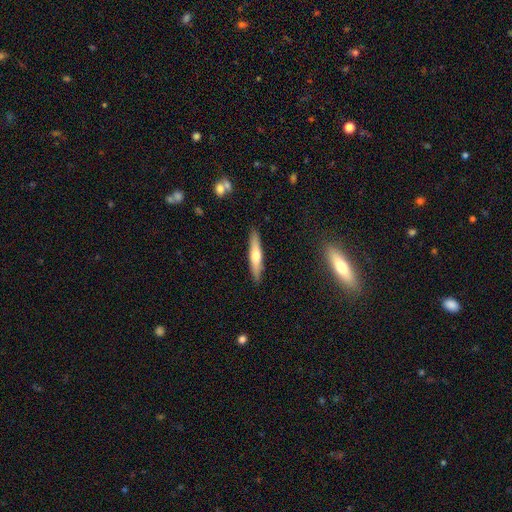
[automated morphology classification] smooth_or_featured: smooth (p=0.54) [alt: featured or disk p=0.40]
how_rounded: cigar-shaped (p=0.86) [alt: in between p=0.13]
merging: none (p=0.89) [alt: minor disturbance p=0.08]